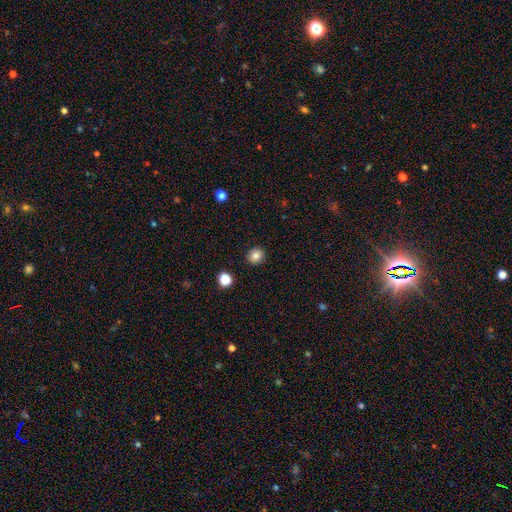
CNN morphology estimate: Smooth or featured: smooth — 83% (star or artifact — 11%)
How rounded: round — 84% (in between — 15%)
Merging: none — 91% (minor disturbance — 6%)